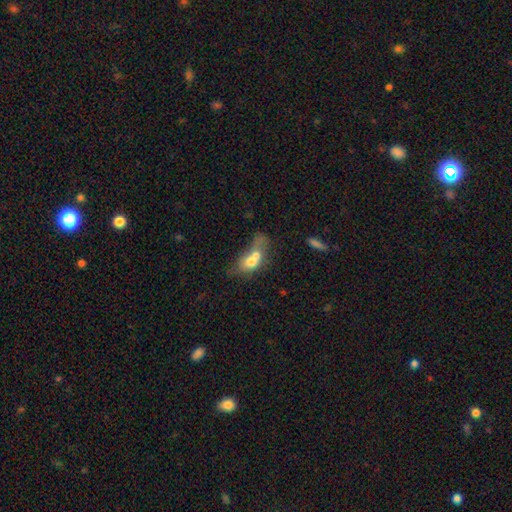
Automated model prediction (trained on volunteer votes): Overall: smooth (63%; featured or disk 28%). How rounded: in between (62%; round 30%). Merging: merger (73%).